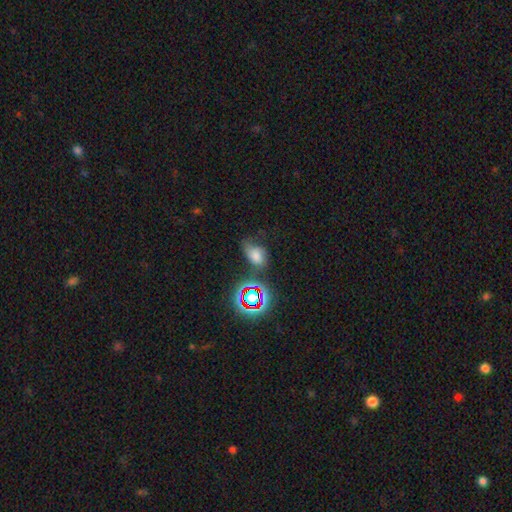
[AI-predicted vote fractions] smooth 56%, star or artifact 23%, featured or disk 21%. Down the decision tree: how rounded — in between (78%); merging — none (39%).